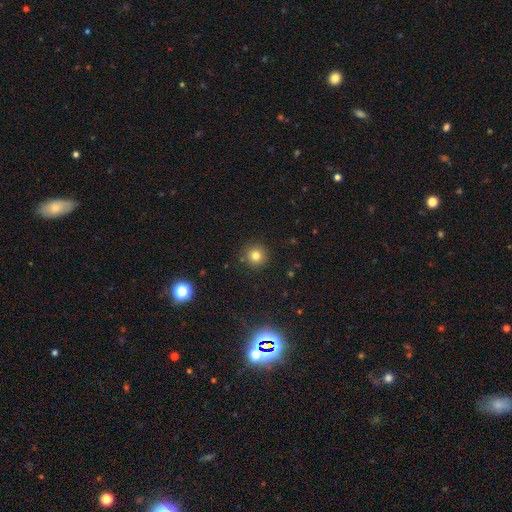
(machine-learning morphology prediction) This appears to be a smooth galaxy with no disk features (79%) that is round (95%). Merging: none (90%).